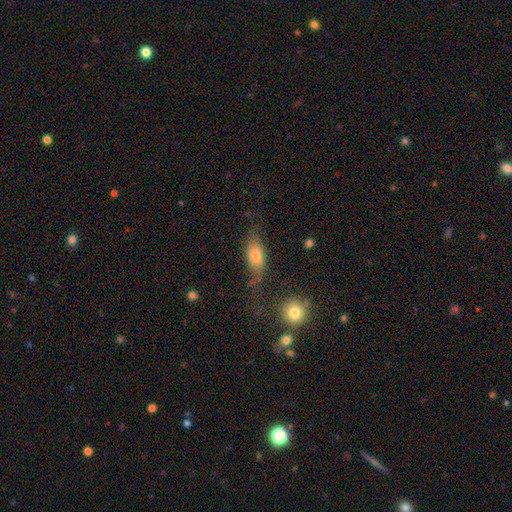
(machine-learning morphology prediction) smooth-or-featured: smooth: 58% | featured or disk: 33% | star or artifact: 9%
  how-rounded: in between: 74% | cigar-shaped: 19% | round: 6%
  merging: none: 52% | minor disturbance: 26% | major disturbance: 17% | merger: 4%